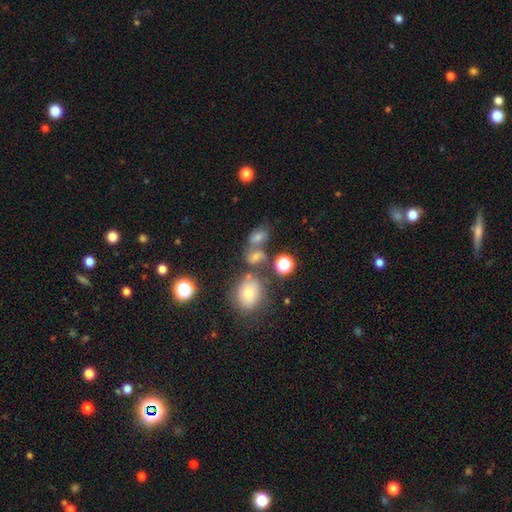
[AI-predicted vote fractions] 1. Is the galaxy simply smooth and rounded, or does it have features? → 61% smooth, 23% star or artifact, 16% featured or disk.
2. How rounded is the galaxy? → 65% in between, 32% round, 3% cigar-shaped.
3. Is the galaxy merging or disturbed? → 39% merger (tied), 39% none (tied), 13% minor disturbance, 8% major disturbance.